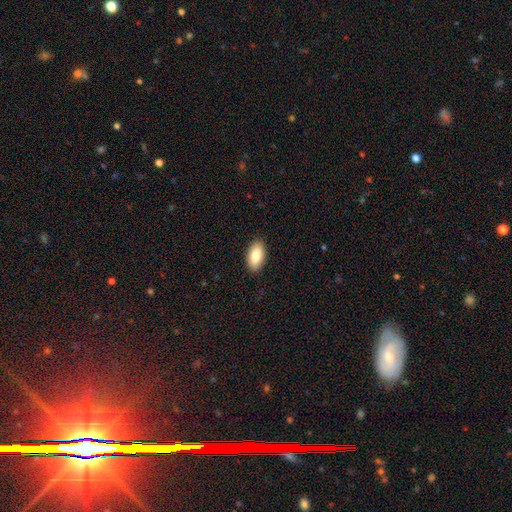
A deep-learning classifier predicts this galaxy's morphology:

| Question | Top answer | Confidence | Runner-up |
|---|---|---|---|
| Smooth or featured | smooth | 84% | featured or disk (10%) |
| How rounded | in between | 94% | round (3%) |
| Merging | none | 89% | minor disturbance (8%) |